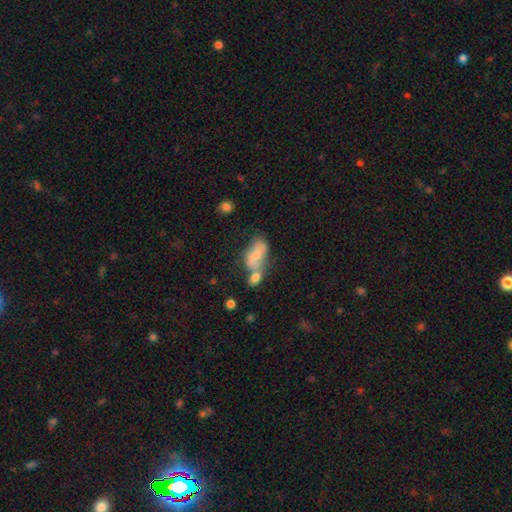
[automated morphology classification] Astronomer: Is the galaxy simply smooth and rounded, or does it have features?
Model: smooth — 62%.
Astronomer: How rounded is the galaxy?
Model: in between — 89%.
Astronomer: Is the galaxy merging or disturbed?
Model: merger — 48% (runner-up: none, 28%).